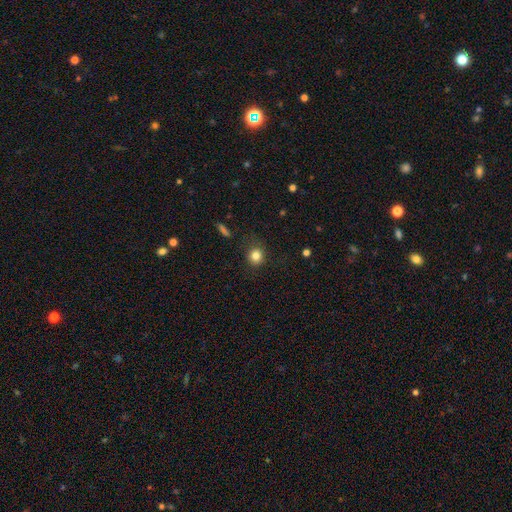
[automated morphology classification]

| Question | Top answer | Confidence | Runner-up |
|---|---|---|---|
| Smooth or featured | smooth | 82% | star or artifact (12%) |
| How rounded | round | 85% | in between (14%) |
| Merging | none | 80% | minor disturbance (14%) |